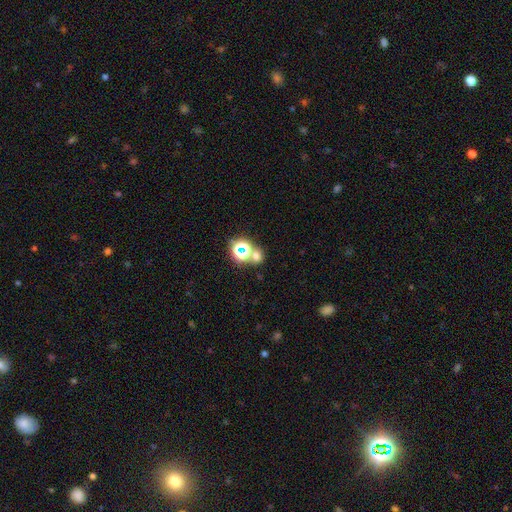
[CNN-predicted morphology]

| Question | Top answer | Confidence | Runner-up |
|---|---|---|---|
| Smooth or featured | smooth | 54% | star or artifact (38%) |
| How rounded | round | 80% | in between (18%) |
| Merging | none | 62% | merger (27%) |